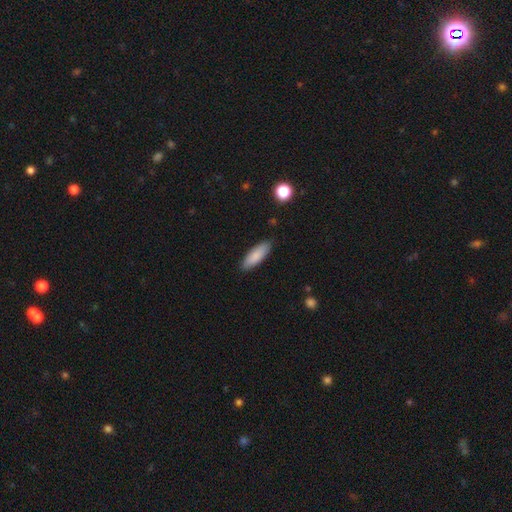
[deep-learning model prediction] Morphology: type=smooth (86%); roundness=in between (60%); merging=none (87%).